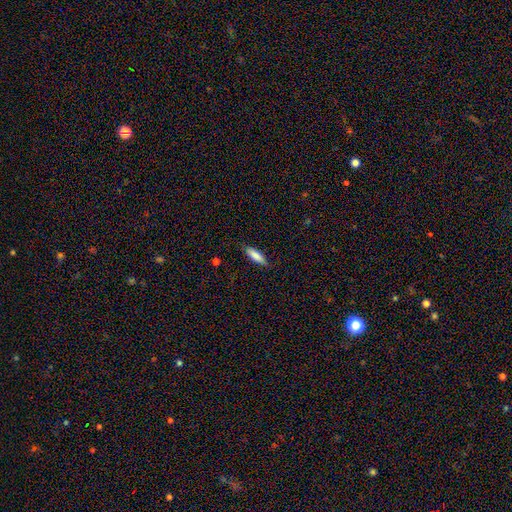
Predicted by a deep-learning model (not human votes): Smooth or featured?
  - smooth: 82% *
  - featured or disk: 12%
  - star or artifact: 6%
How rounded?
  - cigar-shaped: 57% *
  - in between: 41%
  - round: 2%
Merging?
  - none: 83% *
  - minor disturbance: 13%
  - major disturbance: 3%
  - merger: 1%